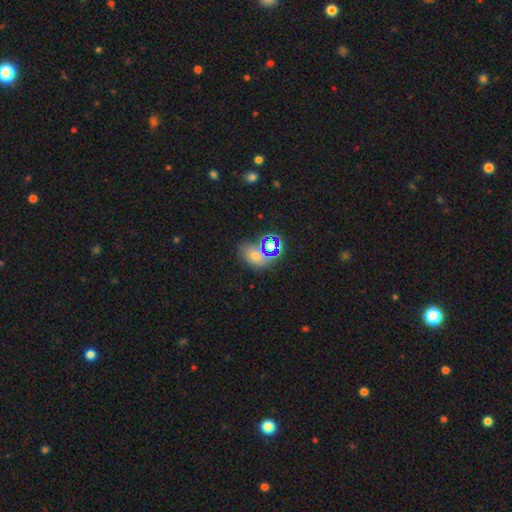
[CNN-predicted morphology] Overall: smooth (51%; star or artifact 37%). How rounded: in between (62%; round 36%). Merging: none (62%).